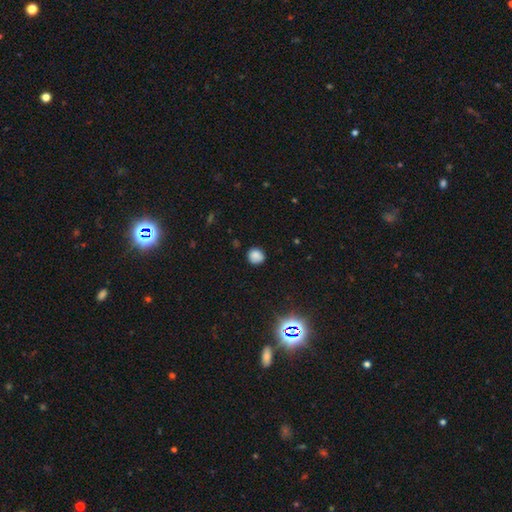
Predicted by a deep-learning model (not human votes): This is clearly a smooth galaxy (82%). How rounded: clearly round (86%). Merging: clearly none (82%).